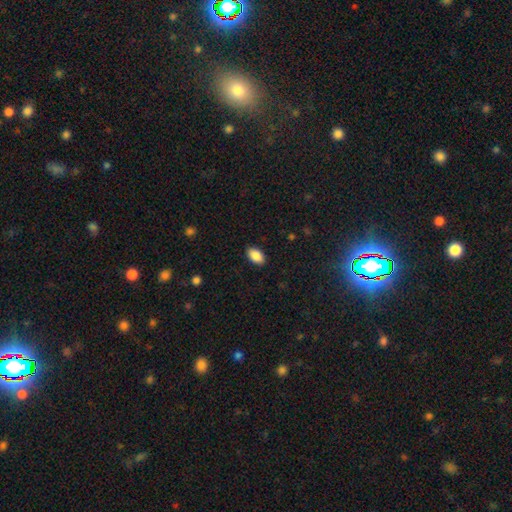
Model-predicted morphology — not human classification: smooth_or_featured: smooth (p=0.88) [alt: star or artifact p=0.07]
how_rounded: in between (p=0.94) [alt: round p=0.05]
merging: none (p=0.89) [alt: minor disturbance p=0.08]